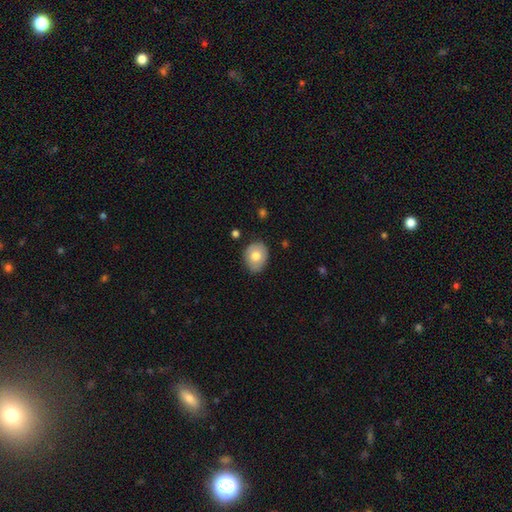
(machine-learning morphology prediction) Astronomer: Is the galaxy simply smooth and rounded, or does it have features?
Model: smooth — 74%.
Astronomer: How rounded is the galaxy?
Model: in between — 52% (runner-up: round, 47%).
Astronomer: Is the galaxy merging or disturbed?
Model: none — 80%.